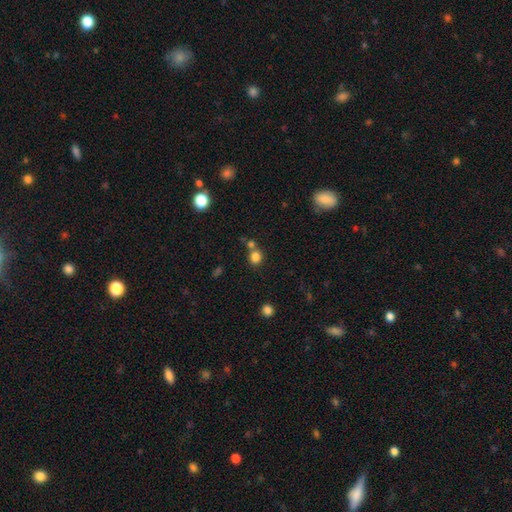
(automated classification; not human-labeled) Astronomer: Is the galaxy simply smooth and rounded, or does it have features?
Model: smooth — 80%.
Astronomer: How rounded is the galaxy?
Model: round — 82%.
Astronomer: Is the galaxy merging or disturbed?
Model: none — 59%.